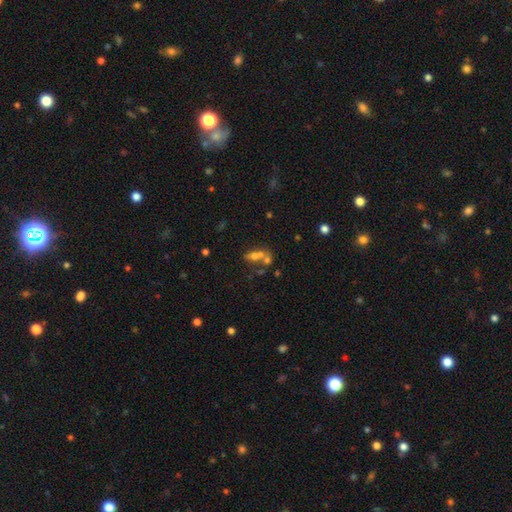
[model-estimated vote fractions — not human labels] smooth-or-featured: smooth: 51% | featured or disk: 31% | star or artifact: 18%
  how-rounded: in between: 60% | round: 33% | cigar-shaped: 7%
  merging: merger: 54% | none: 30% | minor disturbance: 9% | major disturbance: 7%